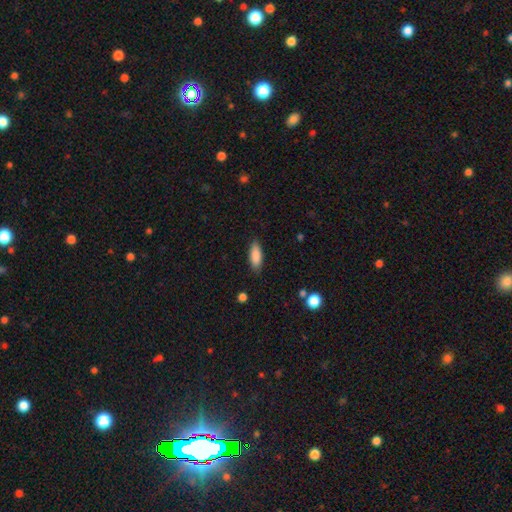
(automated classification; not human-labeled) Overall: smooth (88%). How rounded: in between (72%). Merging: none (85%).